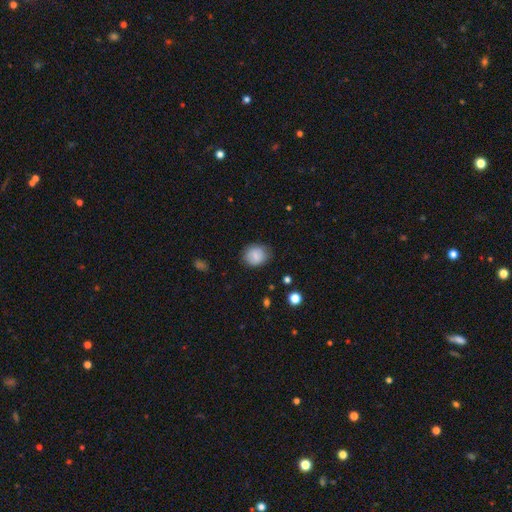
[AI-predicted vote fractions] smooth 81%, featured or disk 11%, star or artifact 8%. Down the decision tree: how rounded — round (68%); merging — none (80%).